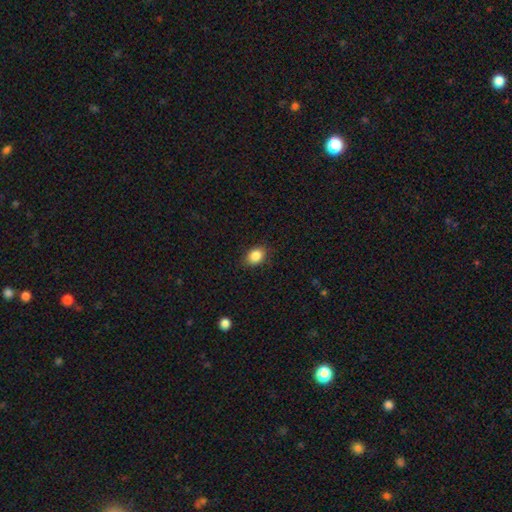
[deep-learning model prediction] A smooth galaxy with no disk features (87%) that is in between round and cigar-shaped (65%). Merging: none (84%).